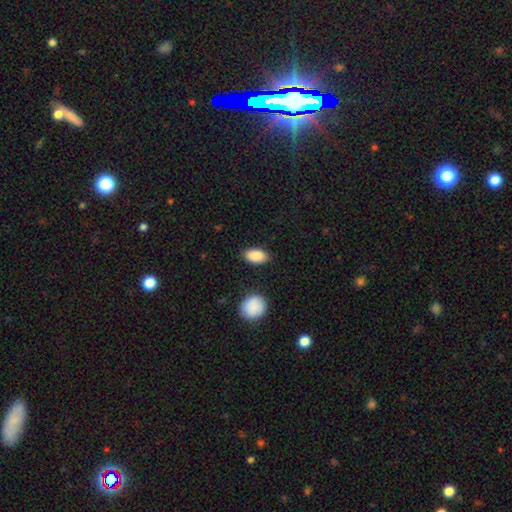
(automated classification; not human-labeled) Smooth or featured? smooth (89%)
How rounded? in between (92%)
Merging? none (84%)